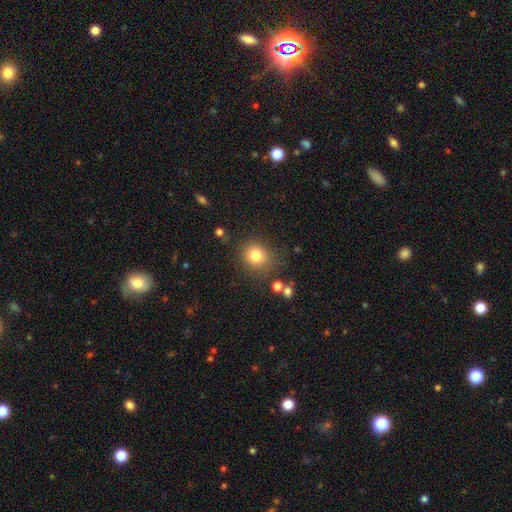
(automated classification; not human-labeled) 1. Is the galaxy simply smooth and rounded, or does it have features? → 80% smooth, 13% star or artifact, 8% featured or disk.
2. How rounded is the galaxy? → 82% round, 17% in between, 1% cigar-shaped.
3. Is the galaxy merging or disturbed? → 80% none, 12% minor disturbance, 4% major disturbance, 3% merger.